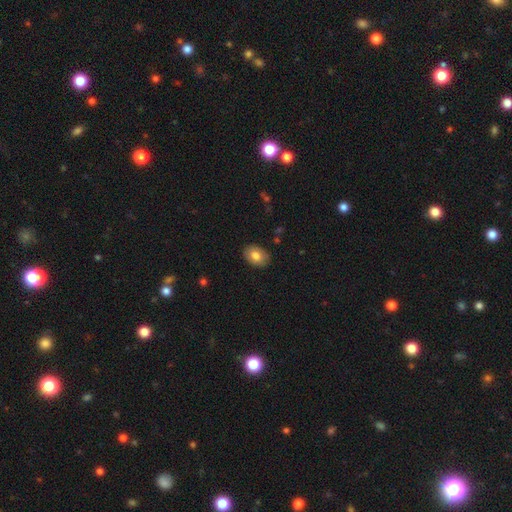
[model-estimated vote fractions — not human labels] smooth 81%, featured or disk 12%, star or artifact 7%. Down the decision tree: how rounded — in between (79%); merging — none (88%).